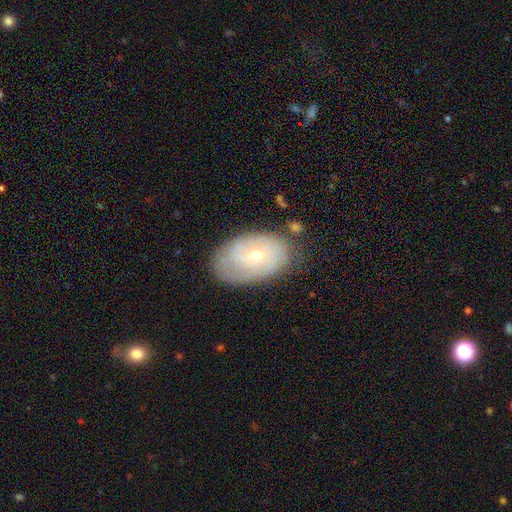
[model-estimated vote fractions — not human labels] Smooth or featured: featured or disk — 55% (smooth — 38%)
Edge-on disk: no — 94% (yes — 6%)
Bar: no — 55% (weak — 39%)
Spiral arms: yes — 71% (no — 29%)
Bulge size: small — 54% (moderate — 42%)
Merging: none — 70% (minor disturbance — 21%)